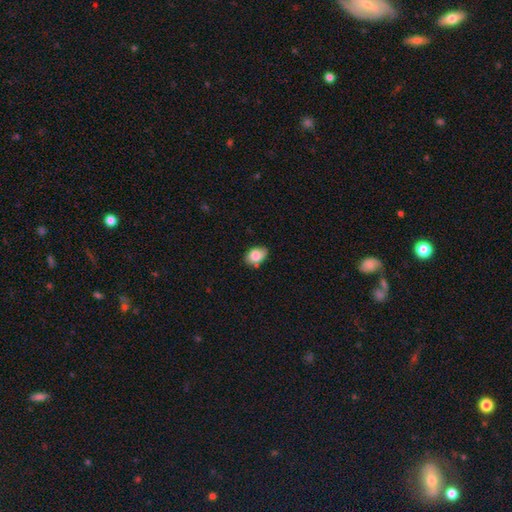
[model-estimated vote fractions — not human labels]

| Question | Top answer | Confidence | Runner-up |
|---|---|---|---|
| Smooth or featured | smooth | 79% | featured or disk (12%) |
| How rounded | in between | 80% | round (18%) |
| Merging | none | 62% | minor disturbance (29%) |